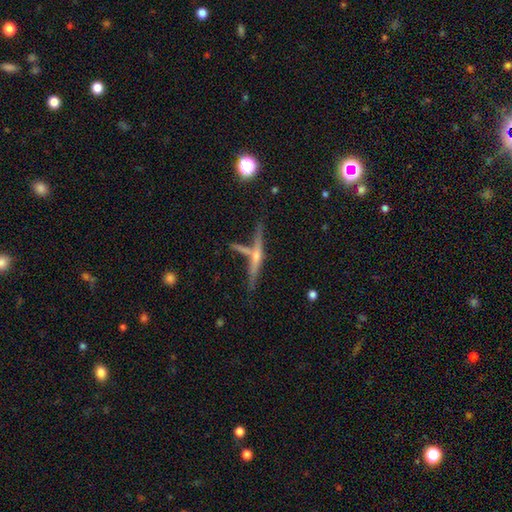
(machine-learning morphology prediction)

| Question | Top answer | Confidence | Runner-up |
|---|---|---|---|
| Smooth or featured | featured or disk | 72% | smooth (16%) |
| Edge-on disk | yes | 95% | no (5%) |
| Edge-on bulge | rounded | 78% | none (16%) |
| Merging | none | 70% | merger (14%) |